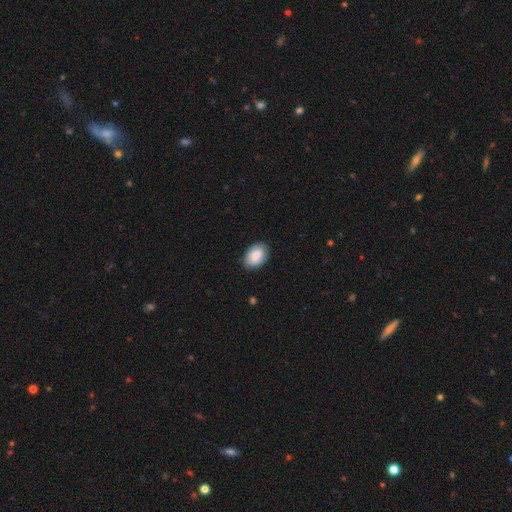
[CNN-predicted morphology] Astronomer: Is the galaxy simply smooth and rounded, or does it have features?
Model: smooth — 86%.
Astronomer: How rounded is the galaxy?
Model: in between — 85%.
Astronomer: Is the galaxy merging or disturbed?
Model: none — 83%.